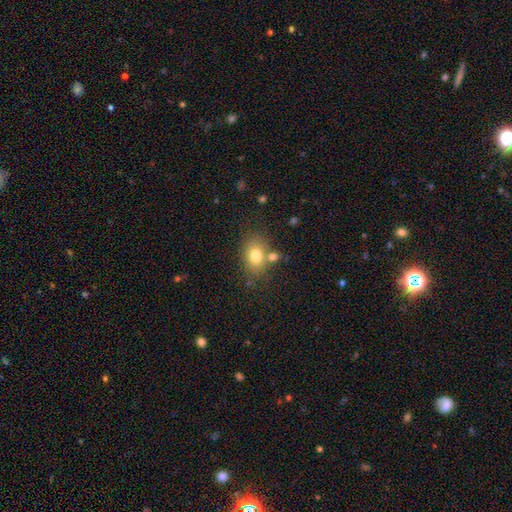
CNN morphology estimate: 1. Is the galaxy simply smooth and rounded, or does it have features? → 77% smooth, 13% featured or disk, 10% star or artifact.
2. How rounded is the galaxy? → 75% in between, 24% round, 1% cigar-shaped.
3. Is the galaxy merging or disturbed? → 65% none, 17% merger, 14% minor disturbance, 5% major disturbance.